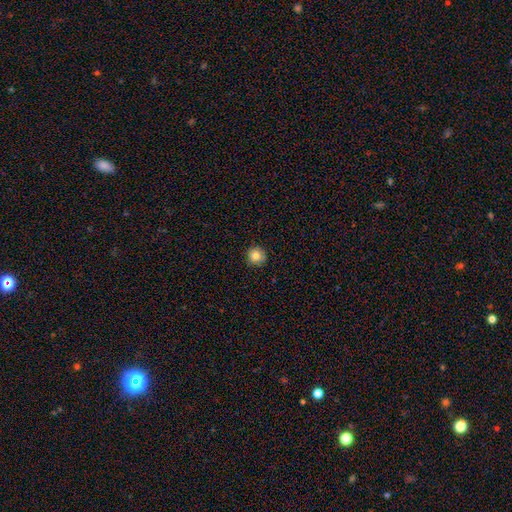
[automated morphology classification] Overall: smooth (82%). How rounded: round (94%). Merging: none (87%).